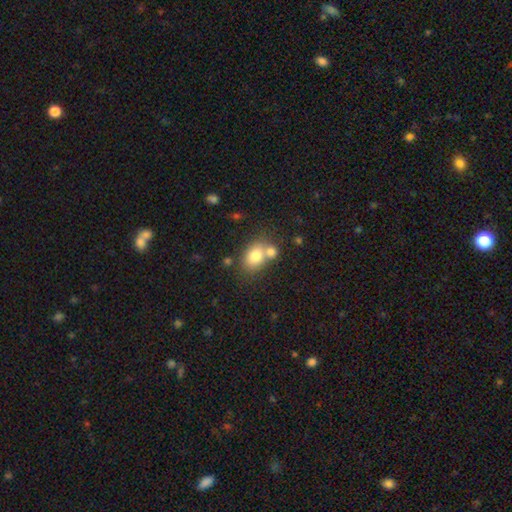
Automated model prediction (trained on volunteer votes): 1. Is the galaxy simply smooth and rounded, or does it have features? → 77% smooth, 13% featured or disk, 9% star or artifact.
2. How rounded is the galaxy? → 68% in between, 31% round, 1% cigar-shaped.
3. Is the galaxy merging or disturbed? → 46% none, 38% merger, 11% minor disturbance, 4% major disturbance.